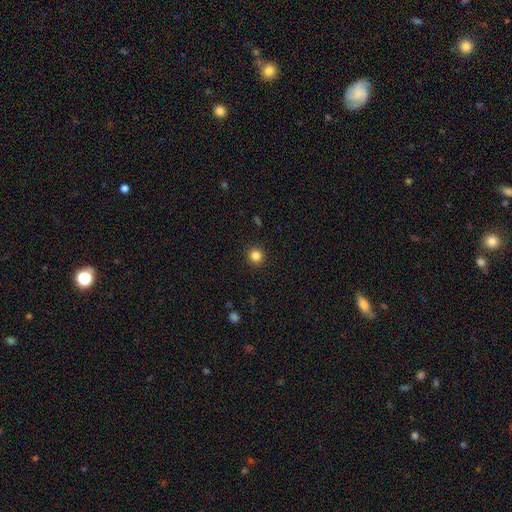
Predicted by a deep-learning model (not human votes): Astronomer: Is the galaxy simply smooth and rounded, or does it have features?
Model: smooth — 84%.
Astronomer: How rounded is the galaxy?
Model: round — 94%.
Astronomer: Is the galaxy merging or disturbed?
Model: none — 92%.